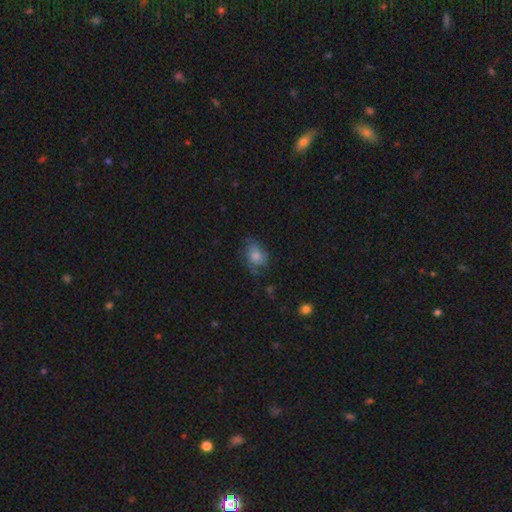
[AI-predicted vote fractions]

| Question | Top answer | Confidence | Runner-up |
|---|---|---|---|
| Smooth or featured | smooth | 59% | featured or disk (28%) |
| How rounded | in between | 70% | round (29%) |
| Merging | none | 59% | minor disturbance (27%) |